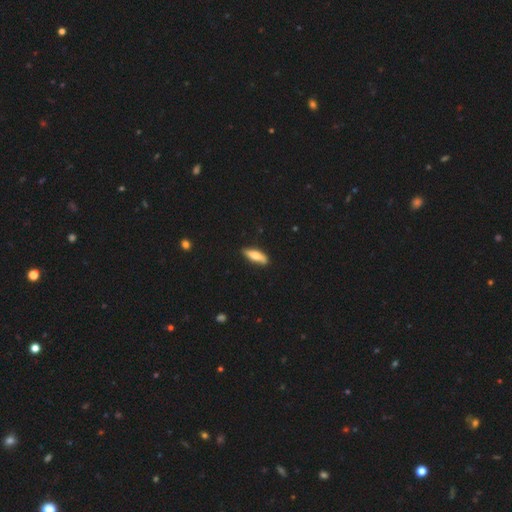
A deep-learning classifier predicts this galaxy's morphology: This is likely a smooth galaxy (67%). How rounded: possibly cigar-shaped (52%). Merging: clearly none (82%).